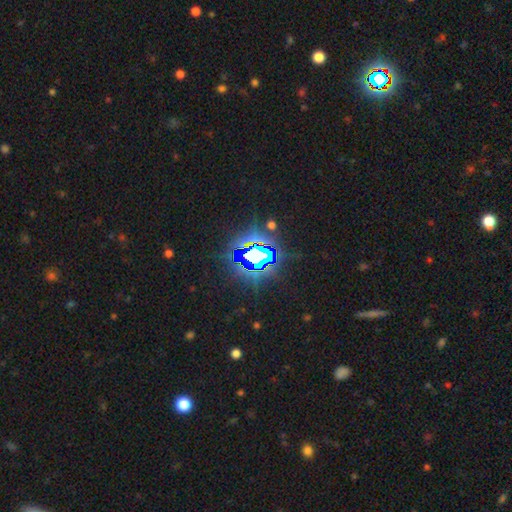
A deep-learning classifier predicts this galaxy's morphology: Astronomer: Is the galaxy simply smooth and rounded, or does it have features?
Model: star or artifact — 78%.